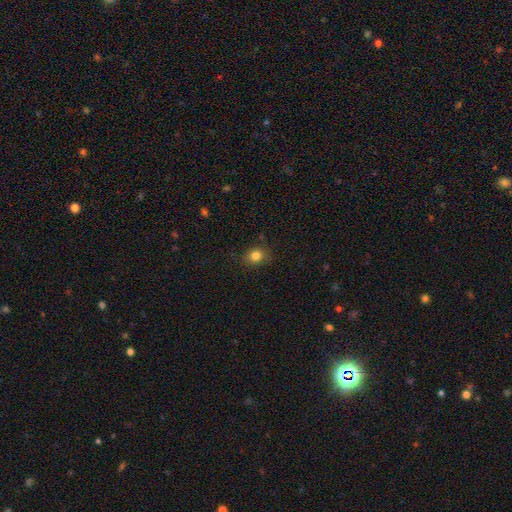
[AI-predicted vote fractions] Smooth or featured: smooth — 81% (star or artifact — 12%)
How rounded: round — 57% (in between — 42%)
Merging: none — 83% (minor disturbance — 13%)